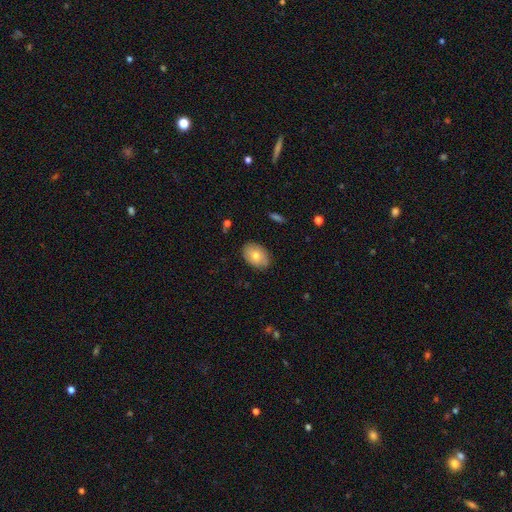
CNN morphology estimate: Smooth or featured?
  - smooth: 71% *
  - featured or disk: 22%
  - star or artifact: 7%
How rounded?
  - in between: 86% *
  - round: 13%
  - cigar-shaped: 1%
Merging?
  - none: 85% *
  - minor disturbance: 12%
  - major disturbance: 2%
  - merger: 1%